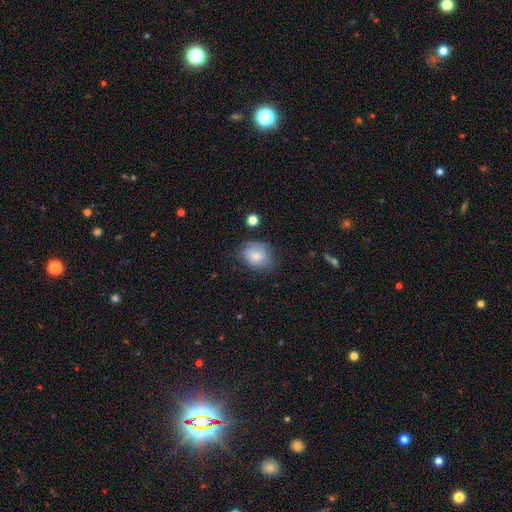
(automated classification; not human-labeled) This appears to be a smooth galaxy with no disk features (70%) that is in between round and cigar-shaped (57%). Merging: none (61%).